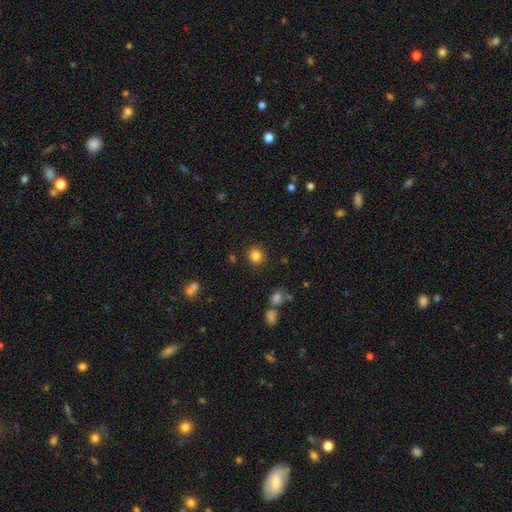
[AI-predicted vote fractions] A smooth galaxy with no disk features (84%) that is round (84%). Merging: none (89%).